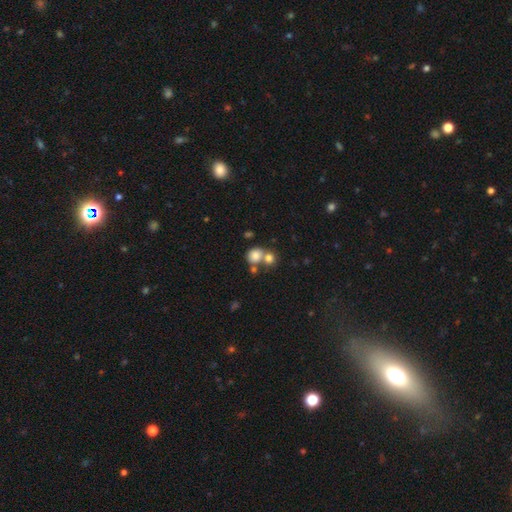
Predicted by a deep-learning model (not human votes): Overall: smooth (79%). How rounded: round (79%). Merging: merger (44%, tied with none).